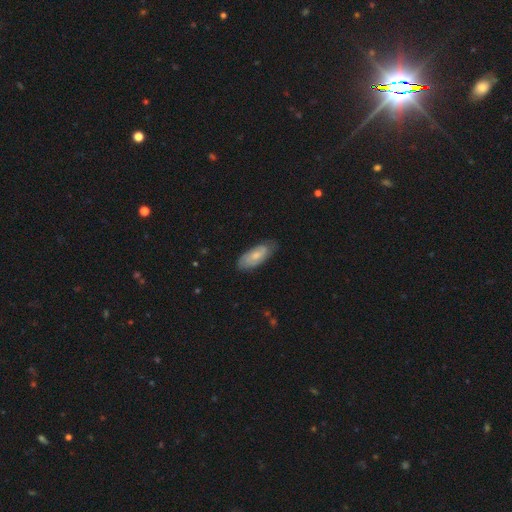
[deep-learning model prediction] smooth_or_featured: smooth (p=0.50) [alt: featured or disk p=0.44]
how_rounded: in between (p=0.81) [alt: cigar-shaped p=0.17]
merging: none (p=0.72) [alt: minor disturbance p=0.22]